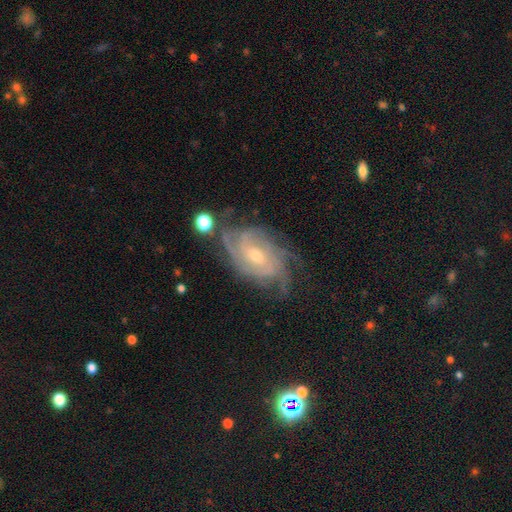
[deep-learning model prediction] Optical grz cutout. It shows a featured or disk galaxy (87%) with no bar (53%), tight (62%) spiral arms (96%) and a small central bulge (53%). Merging: none (66%).